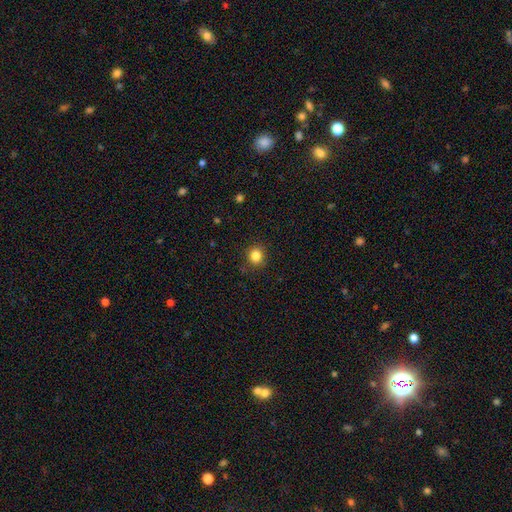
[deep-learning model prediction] A smooth galaxy with no disk features (84%) that is round (89%). Merging: none (90%).